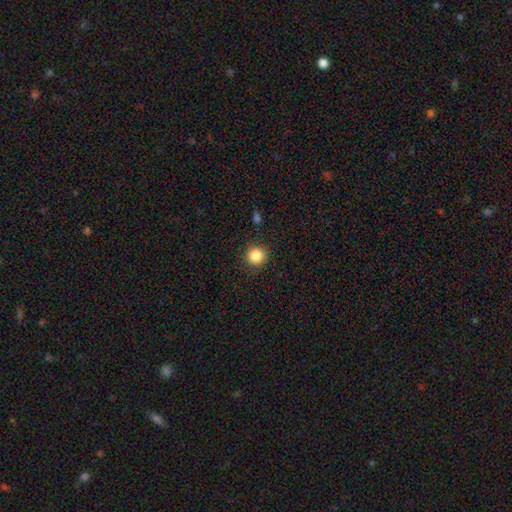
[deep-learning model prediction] smooth_or_featured: smooth (p=0.86) [alt: star or artifact p=0.10]
how_rounded: round (p=0.93) [alt: in between p=0.06]
merging: none (p=0.90) [alt: minor disturbance p=0.06]